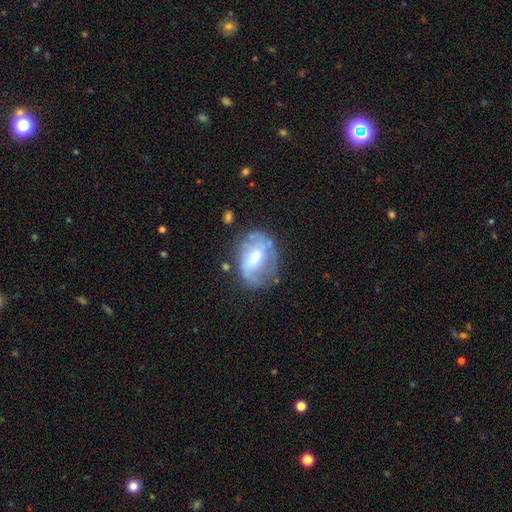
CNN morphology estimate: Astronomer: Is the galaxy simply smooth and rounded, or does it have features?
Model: featured or disk — 66%.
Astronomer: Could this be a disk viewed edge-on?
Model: no — 96%.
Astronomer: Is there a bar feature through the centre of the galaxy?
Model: weak — 48% (runner-up: no, 35%).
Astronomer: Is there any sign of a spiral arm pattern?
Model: yes — 68%.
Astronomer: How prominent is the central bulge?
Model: moderate — 56% (runner-up: small, 33%).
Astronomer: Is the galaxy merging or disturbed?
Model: none — 58%.